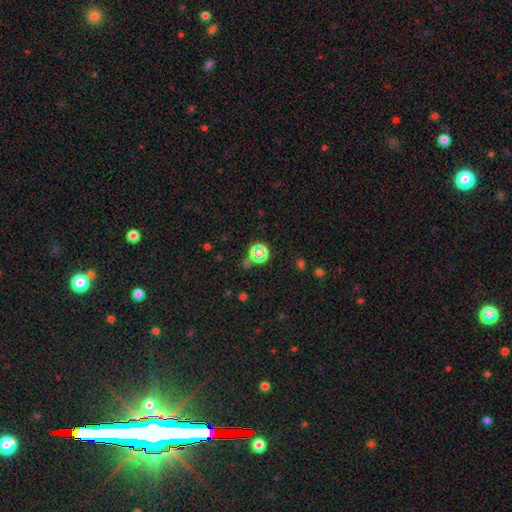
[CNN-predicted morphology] The model was most divided on "smooth or featured": star or artifact: 51%, smooth: 40%, featured or disk: 9%.